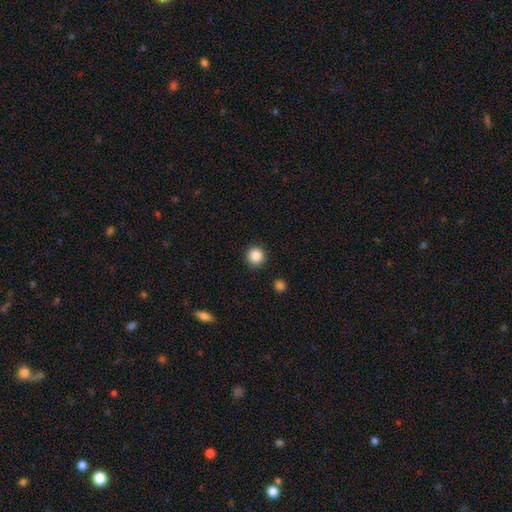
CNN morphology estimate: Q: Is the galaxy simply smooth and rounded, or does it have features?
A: smooth — 87%.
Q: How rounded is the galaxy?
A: round — 94%.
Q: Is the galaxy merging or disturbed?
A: none — 90%.